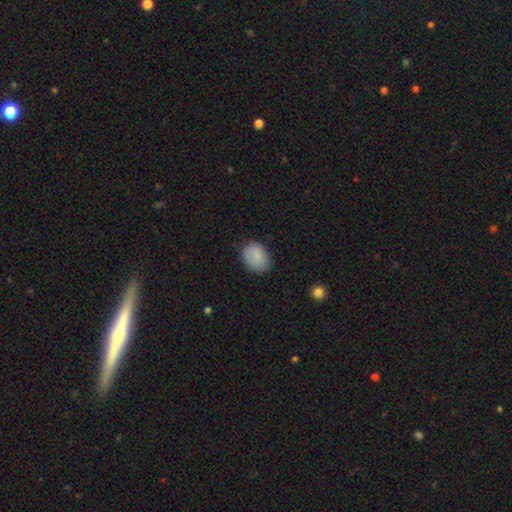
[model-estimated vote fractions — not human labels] smooth_or_featured: smooth (p=0.83) [alt: featured or disk p=0.10]
how_rounded: in between (p=0.70) [alt: round p=0.29]
merging: none (p=0.72) [alt: minor disturbance p=0.21]